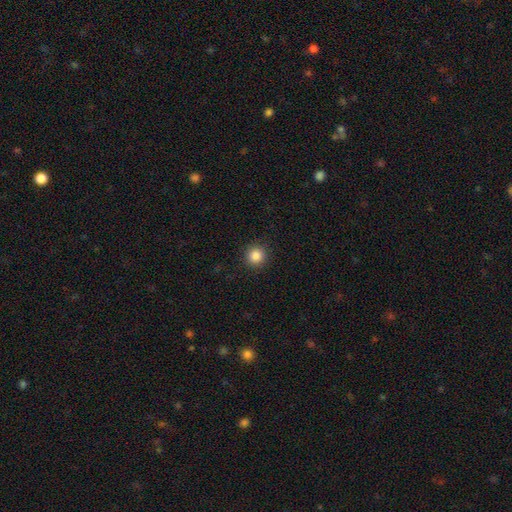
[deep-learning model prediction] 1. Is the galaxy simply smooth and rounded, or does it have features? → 85% smooth, 11% star or artifact, 4% featured or disk.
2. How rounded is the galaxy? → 94% round, 5% in between, 1% cigar-shaped.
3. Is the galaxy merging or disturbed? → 92% none, 5% minor disturbance, 2% major disturbance, 1% merger.